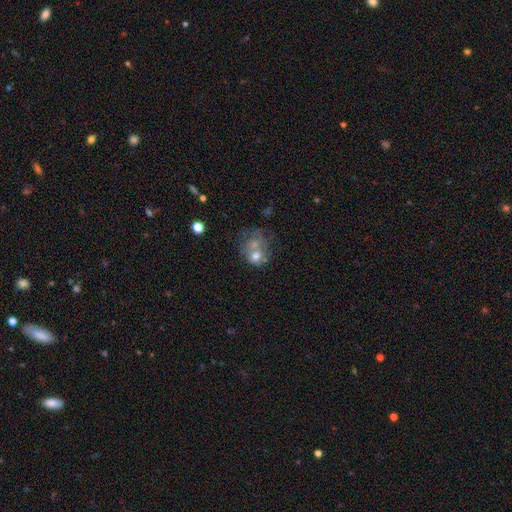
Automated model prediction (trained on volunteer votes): Overall: smooth (61%; featured or disk 27%). How rounded: round (62%; in between 37%). Merging: merger (58%; none 24%).